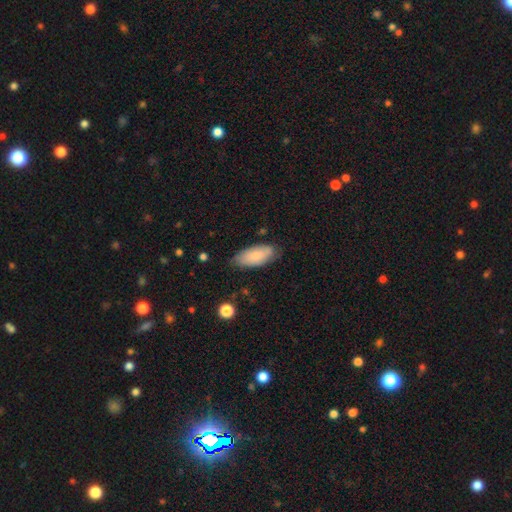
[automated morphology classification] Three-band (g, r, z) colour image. It shows a smooth galaxy with no disk features (76%) that is in between round and cigar-shaped (89%). Merging: none (72%).